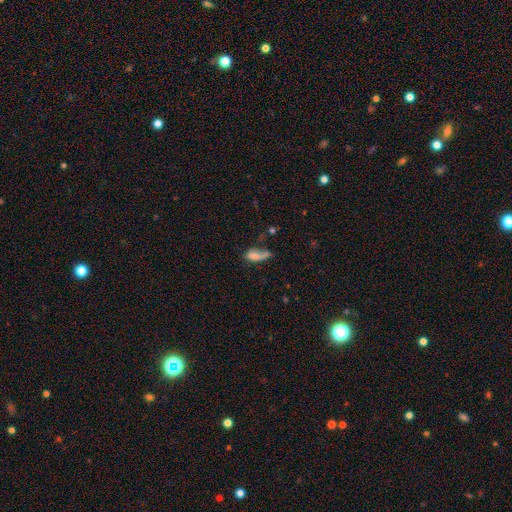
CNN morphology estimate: Q: Smooth or featured?
A: smooth (64%); runner-up: featured or disk (24%)
Q: How rounded?
A: in between (75%); runner-up: cigar-shaped (20%)
Q: Merging?
A: major disturbance (36%); runner-up: none (26%)